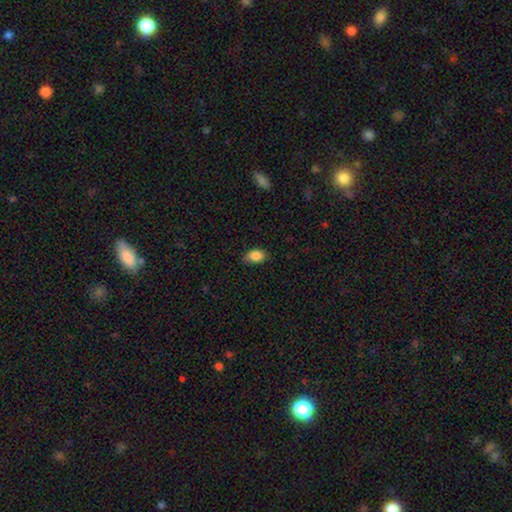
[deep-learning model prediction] A smooth galaxy with no disk features (86%) that is in between round and cigar-shaped (82%).

Vote fractions:
- Smooth or featured? smooth: 86% / star or artifact: 8% / featured or disk: 5%
- How rounded? in between: 82% / round: 16% / cigar-shaped: 2%
- Merging? none: 75% / minor disturbance: 20% / major disturbance: 3% / merger: 1%